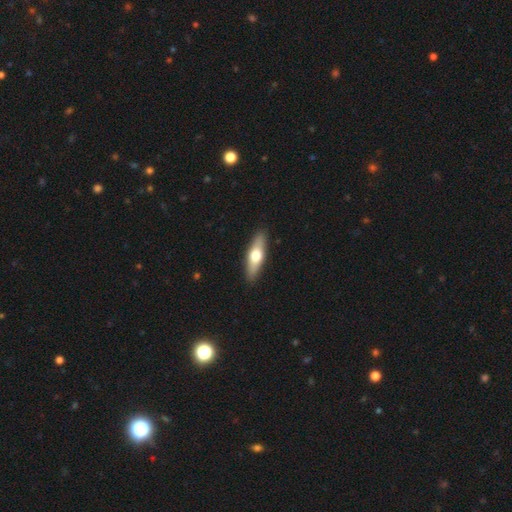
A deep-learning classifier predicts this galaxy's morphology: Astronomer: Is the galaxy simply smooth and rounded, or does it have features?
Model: smooth — 53% (runner-up: featured or disk, 42%).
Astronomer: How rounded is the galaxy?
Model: cigar-shaped — 57% (runner-up: in between, 40%).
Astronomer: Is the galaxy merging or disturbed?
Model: none — 90%.